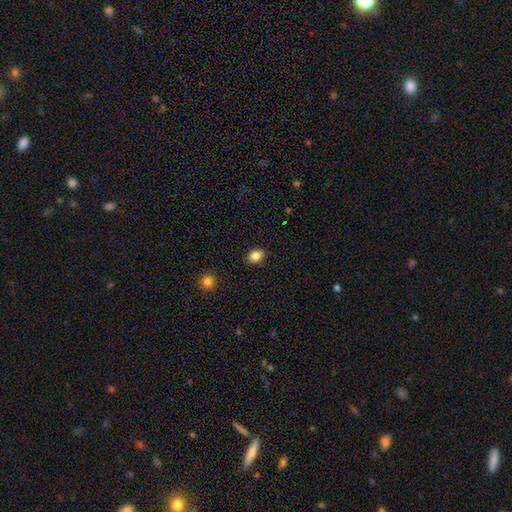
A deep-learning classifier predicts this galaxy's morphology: Smooth or featured: smooth — 85% (star or artifact — 10%)
How rounded: in between — 65% (round — 34%)
Merging: none — 88% (minor disturbance — 9%)